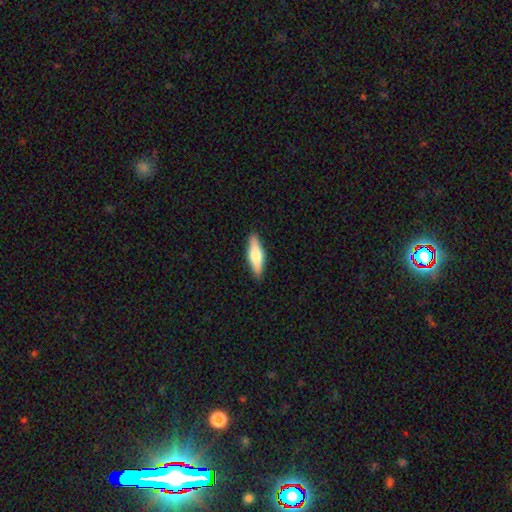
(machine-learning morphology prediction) A smooth galaxy with no disk features (61%) that is cigar-shaped (53%).

Vote fractions:
- Smooth or featured? smooth: 61% / featured or disk: 33% / star or artifact: 6%
- How rounded? cigar-shaped: 53% / in between: 45% / round: 2%
- Merging? none: 89% / minor disturbance: 9% / major disturbance: 2% / merger: 1%